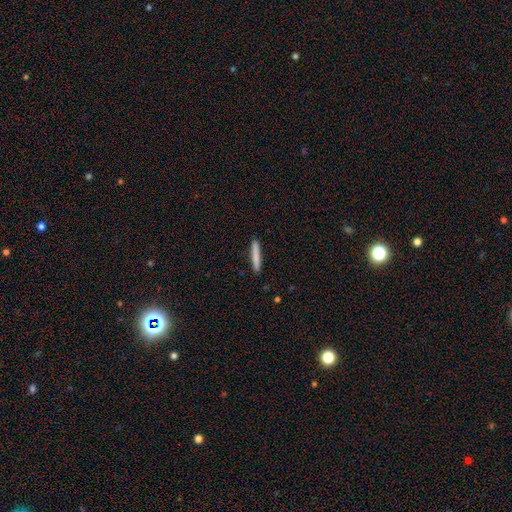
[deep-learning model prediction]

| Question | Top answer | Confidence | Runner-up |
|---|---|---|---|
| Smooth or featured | smooth | 81% | featured or disk (14%) |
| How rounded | cigar-shaped | 95% | in between (4%) |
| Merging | none | 91% | minor disturbance (6%) |